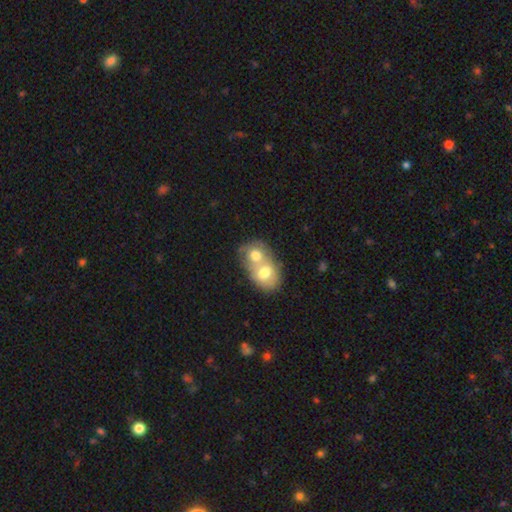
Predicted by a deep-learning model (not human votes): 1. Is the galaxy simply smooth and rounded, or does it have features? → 64% smooth, 29% featured or disk, 8% star or artifact.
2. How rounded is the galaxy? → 51% in between, 48% round, 1% cigar-shaped.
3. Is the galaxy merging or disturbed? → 79% merger, 14% none, 5% minor disturbance, 3% major disturbance.